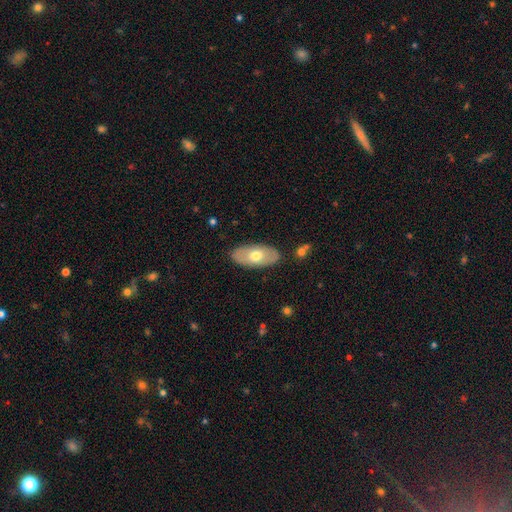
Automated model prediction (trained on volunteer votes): Smooth or featured? Predicted: smooth (p=0.58). How rounded? Predicted: in between (p=0.92). Merging? Predicted: none (p=0.86).